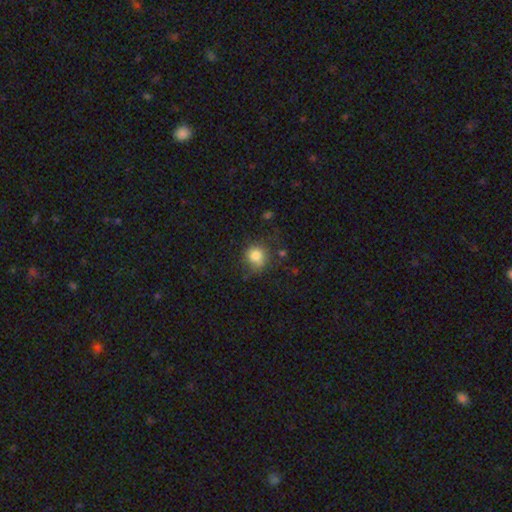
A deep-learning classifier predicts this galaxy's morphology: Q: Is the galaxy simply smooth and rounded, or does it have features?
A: smooth — 81%.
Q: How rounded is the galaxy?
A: round — 81%.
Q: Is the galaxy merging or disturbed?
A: none — 63%.